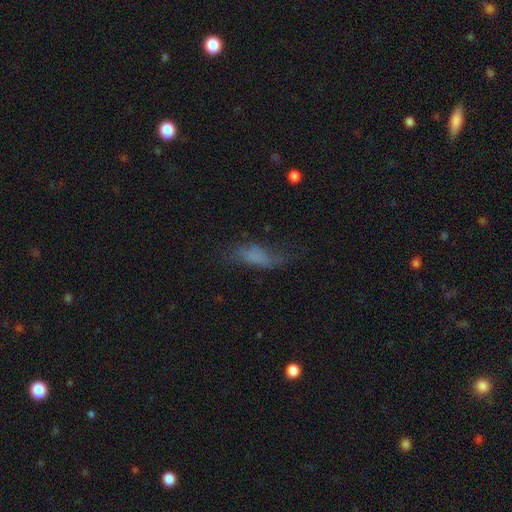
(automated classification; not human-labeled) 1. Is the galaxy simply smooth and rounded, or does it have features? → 57% smooth, 28% featured or disk, 15% star or artifact.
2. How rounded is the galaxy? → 62% in between, 34% cigar-shaped, 4% round.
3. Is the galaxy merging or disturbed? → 39% none, 31% major disturbance, 27% minor disturbance, 3% merger.